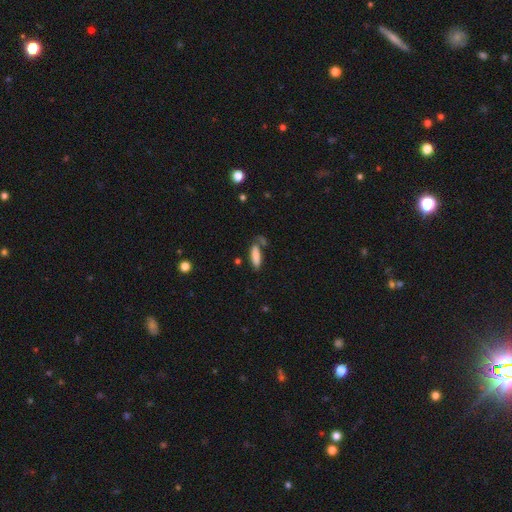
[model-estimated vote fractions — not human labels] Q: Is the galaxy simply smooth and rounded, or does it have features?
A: smooth — 82%.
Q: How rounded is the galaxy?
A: cigar-shaped — 52%.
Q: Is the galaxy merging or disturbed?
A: none — 62%.